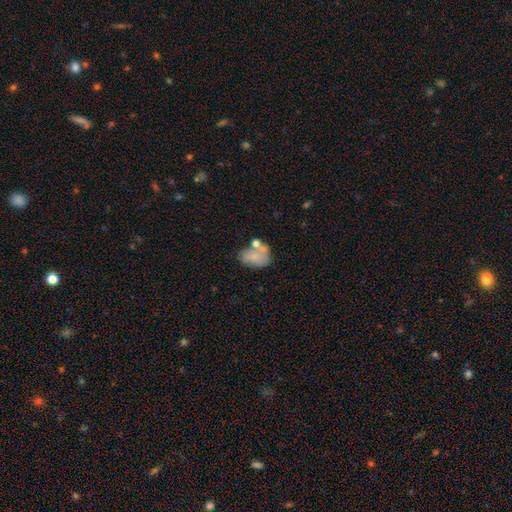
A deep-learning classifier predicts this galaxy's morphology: This appears to be a smooth galaxy with no disk features (68%) that is in between round and cigar-shaped (75%). Merging: none (42%).